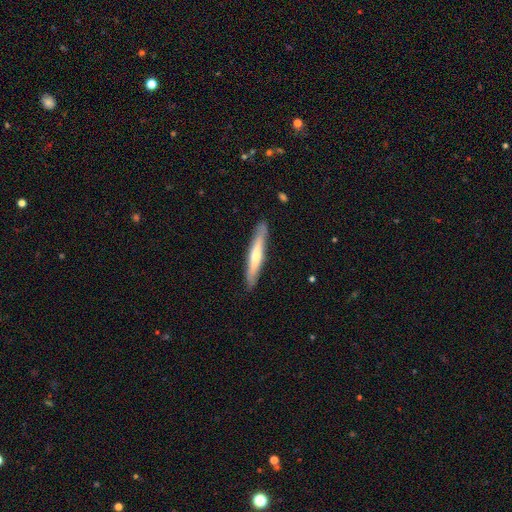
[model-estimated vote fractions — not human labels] A featured or disk galaxy (50%). Merging: none (88%).